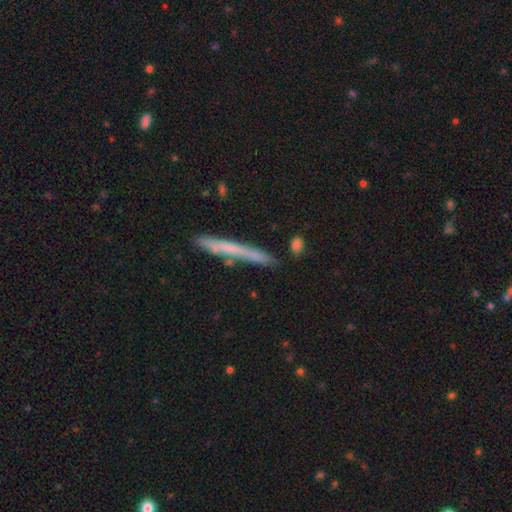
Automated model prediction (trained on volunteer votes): Overall: smooth (52%; featured or disk 40%). How rounded: cigar-shaped (97%). Merging: none (84%).